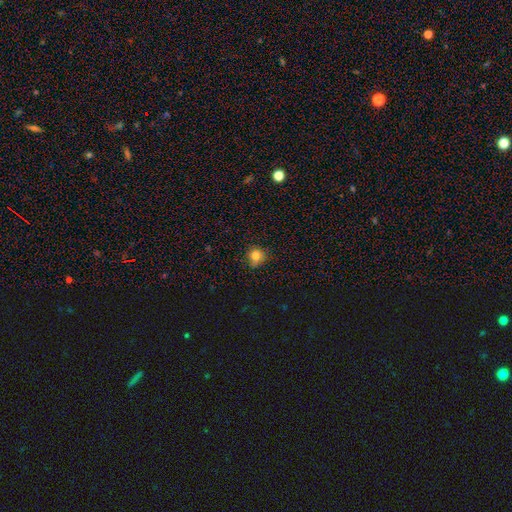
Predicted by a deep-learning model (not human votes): Morphology: type=smooth (80%); roundness=round (86%); merging=none (71%).